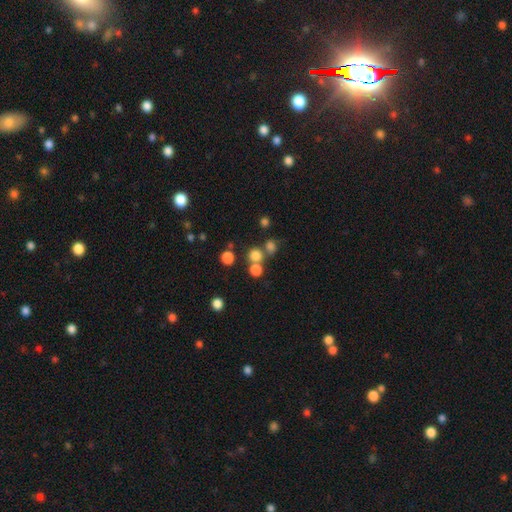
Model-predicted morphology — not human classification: Smooth or featured?
  - smooth: 74% *
  - star or artifact: 19%
  - featured or disk: 8%
How rounded?
  - round: 89% *
  - in between: 10%
  - cigar-shaped: 1%
Merging?
  - none: 61% *
  - merger: 28%
  - minor disturbance: 7%
  - major disturbance: 4%